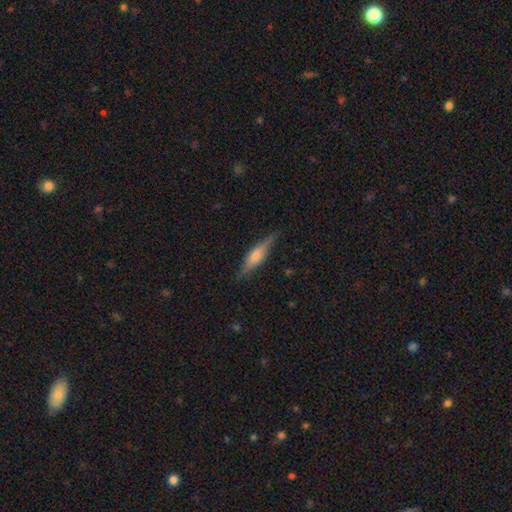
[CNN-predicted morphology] A featured or disk galaxy (57%) viewed edge-on (95%) with a rounded central bulge (68%).

Vote fractions:
- Smooth or featured? featured or disk: 57% / smooth: 36% / star or artifact: 7%
- Edge-on disk? yes: 95% / no: 5%
- Edge-on bulge? rounded: 68% / boxy: 23% / none: 9%
- Merging? none: 83% / minor disturbance: 12% / major disturbance: 3% / merger: 1%